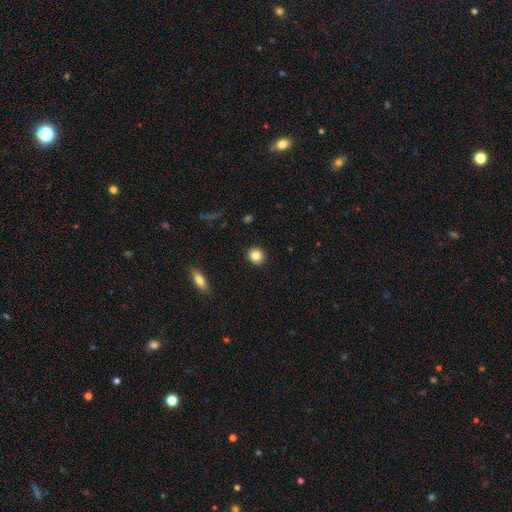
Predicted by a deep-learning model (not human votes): This appears to be a smooth galaxy with no disk features (83%) that is round (87%). Merging: none (92%).